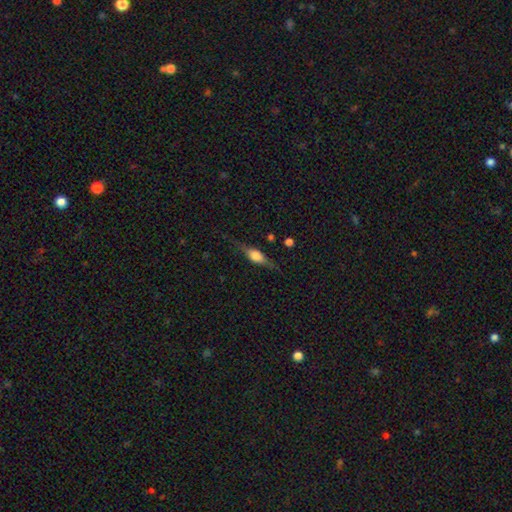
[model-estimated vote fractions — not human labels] This appears to be a featured or disk galaxy (57%) viewed edge-on (94%) with a rounded central bulge (82%). Merging: none (77%).